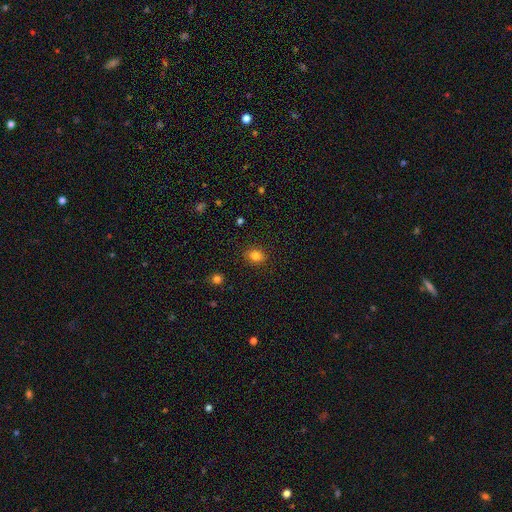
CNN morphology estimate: Smooth or featured? smooth (83%)
How rounded? round (60%)
Merging? none (88%)